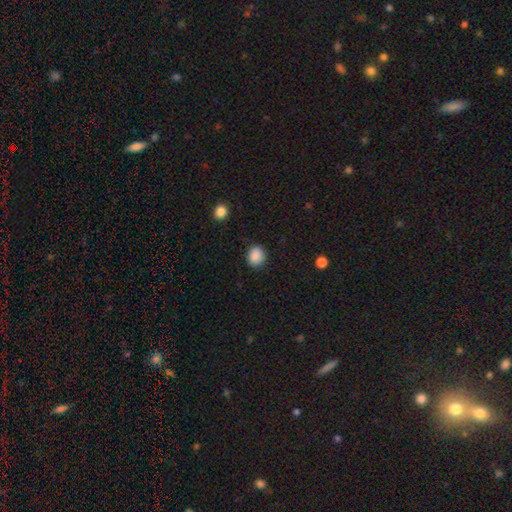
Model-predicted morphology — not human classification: Smooth or featured? smooth (88%)
How rounded? round (76%)
Merging? none (86%)